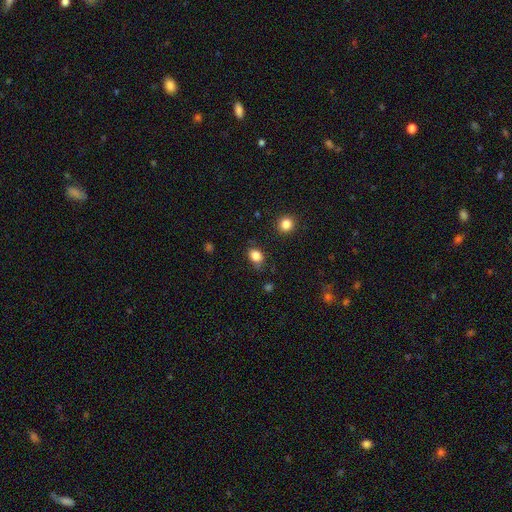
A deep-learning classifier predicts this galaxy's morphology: Smooth or featured: smooth — 85% (star or artifact — 10%)
How rounded: in between — 65% (round — 34%)
Merging: none — 75% (minor disturbance — 19%)